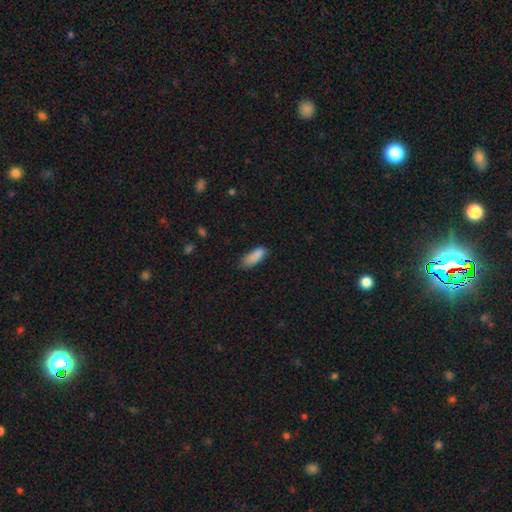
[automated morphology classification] Q: Smooth or featured?
A: smooth (85%); runner-up: star or artifact (8%)
Q: How rounded?
A: in between (72%); runner-up: cigar-shaped (26%)
Q: Merging?
A: none (59%); runner-up: minor disturbance (30%)